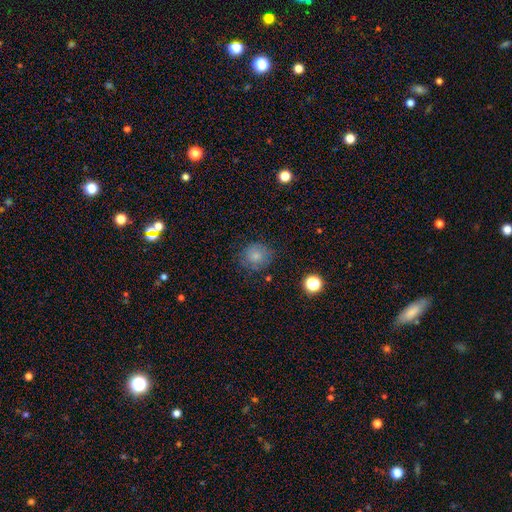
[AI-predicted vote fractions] This appears to be a smooth galaxy with no disk features (78%) that is round (81%). Merging: none (73%).